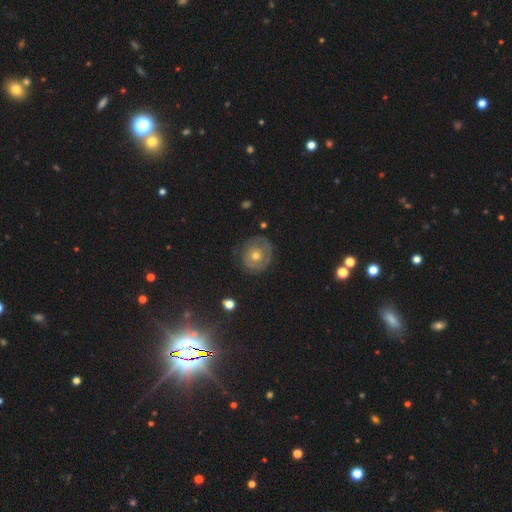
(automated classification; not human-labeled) This appears to be a featured or disk galaxy (56%) with no bar (88%), spiral arms (55%) and a moderate central bulge (69%). Merging: none (77%).